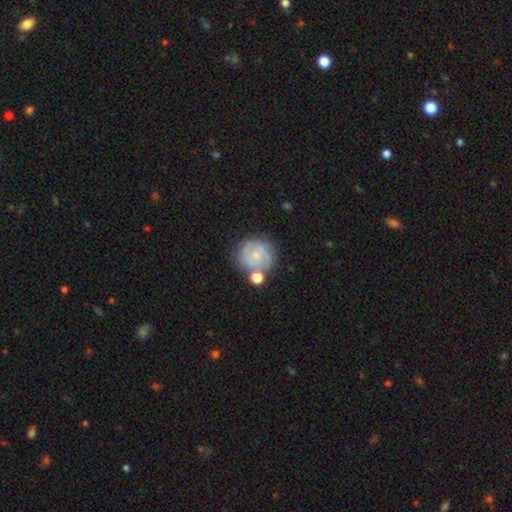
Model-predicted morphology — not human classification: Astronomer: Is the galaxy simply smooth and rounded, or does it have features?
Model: featured or disk — 75%.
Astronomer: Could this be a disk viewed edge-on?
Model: no — 98%.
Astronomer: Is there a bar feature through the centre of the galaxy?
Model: no — 71%.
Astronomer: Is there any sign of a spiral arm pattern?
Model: yes — 93%.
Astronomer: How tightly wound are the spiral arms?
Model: tight — 60%.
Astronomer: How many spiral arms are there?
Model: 2 — 45% (runner-up: 3, 26%).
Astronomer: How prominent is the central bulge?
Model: small — 71%.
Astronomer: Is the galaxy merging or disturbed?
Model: none — 64%.